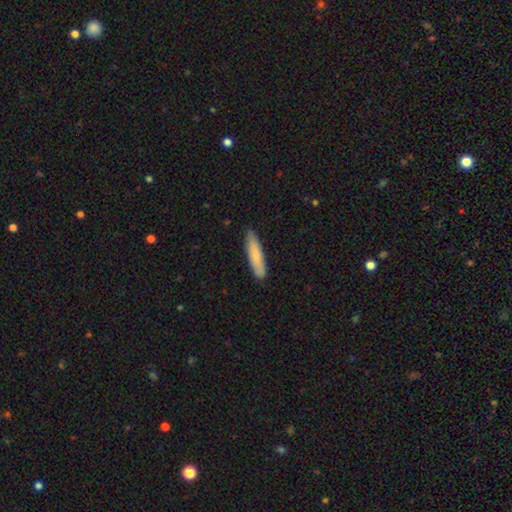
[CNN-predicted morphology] This is likely a smooth galaxy (80%). How rounded: clearly cigar-shaped (84%). Merging: clearly none (86%).